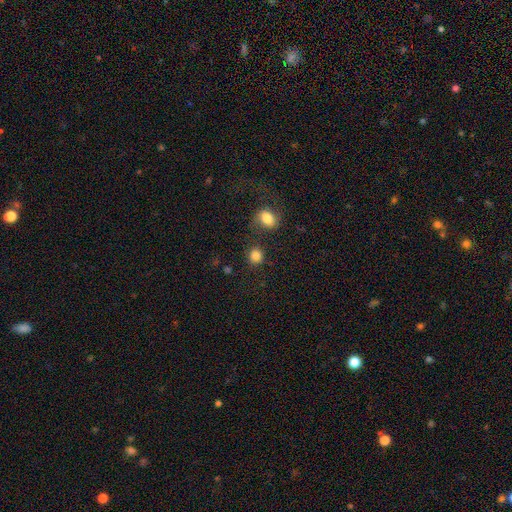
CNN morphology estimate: A smooth galaxy with no disk features (85%) that is round (85%).

Vote fractions:
- Smooth or featured? smooth: 85% / star or artifact: 11% / featured or disk: 5%
- How rounded? round: 85% / in between: 14% / cigar-shaped: 1%
- Merging? none: 78% / minor disturbance: 9% / merger: 8% / major disturbance: 4%